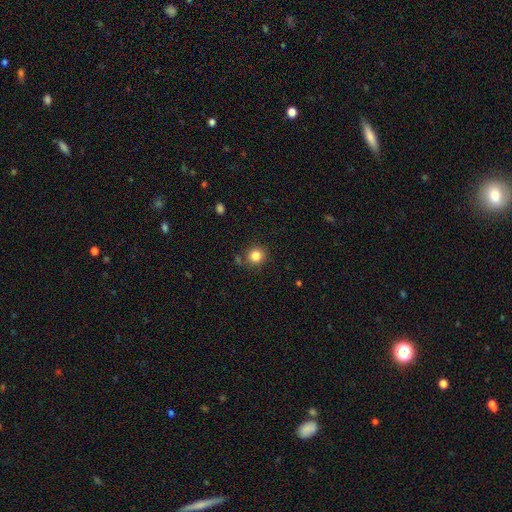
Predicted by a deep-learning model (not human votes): Smooth or featured? Predicted: smooth (p=0.82). How rounded? Predicted: round (p=0.91). Merging? Predicted: none (p=0.82).